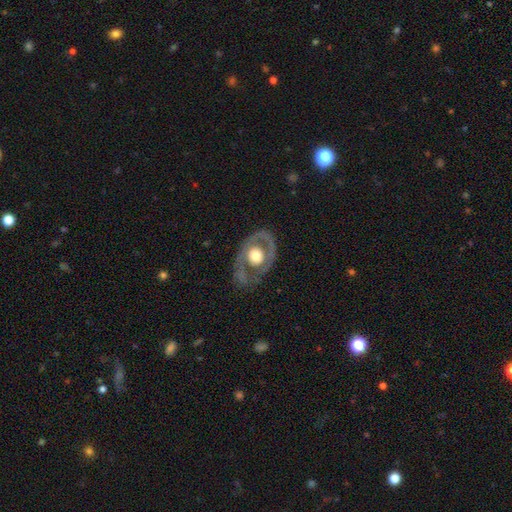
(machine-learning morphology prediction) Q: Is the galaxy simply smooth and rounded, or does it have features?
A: featured or disk — 65%.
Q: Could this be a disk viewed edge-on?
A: no — 93%.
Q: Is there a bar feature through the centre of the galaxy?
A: no — 86%.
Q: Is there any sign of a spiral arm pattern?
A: no — 70%.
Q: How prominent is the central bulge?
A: moderate — 46%.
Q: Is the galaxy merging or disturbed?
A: none — 65%.